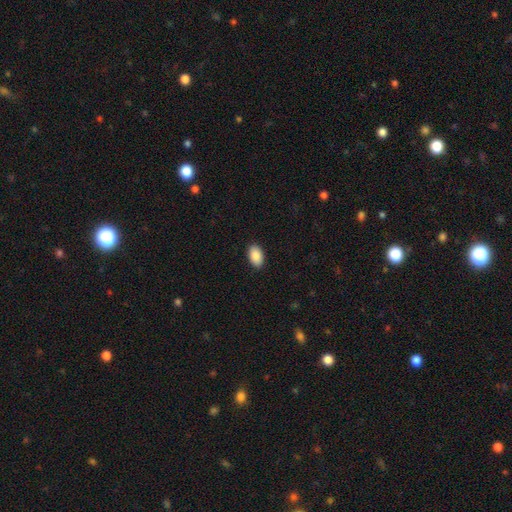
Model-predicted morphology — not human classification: Smooth or featured?
  - smooth: 89% *
  - star or artifact: 7%
  - featured or disk: 4%
How rounded?
  - in between: 93% *
  - round: 5%
  - cigar-shaped: 1%
Merging?
  - none: 90% *
  - minor disturbance: 7%
  - major disturbance: 2%
  - merger: 1%